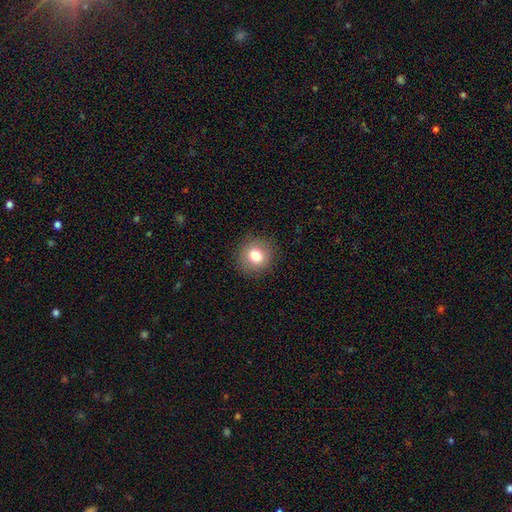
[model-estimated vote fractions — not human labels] The model was most divided on "smooth or featured": smooth: 79%, star or artifact: 11%, featured or disk: 10%. More confident: merging — none (90%); how rounded — round (90%).